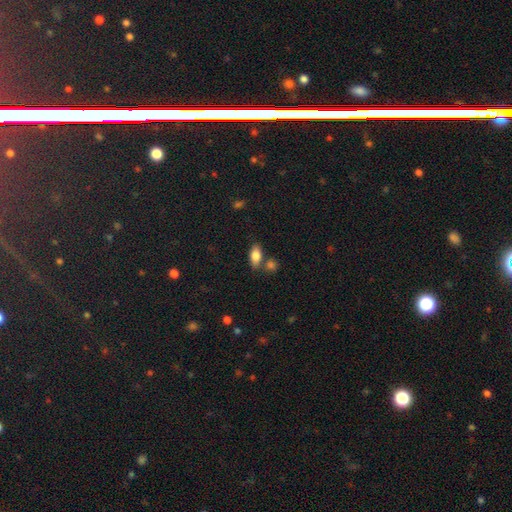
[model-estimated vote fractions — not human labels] The model was most divided on "merging": none: 70%, merger: 14%, minor disturbance: 12%, major disturbance: 3%. More confident: how rounded — in between (88%); smooth or featured — smooth (82%).